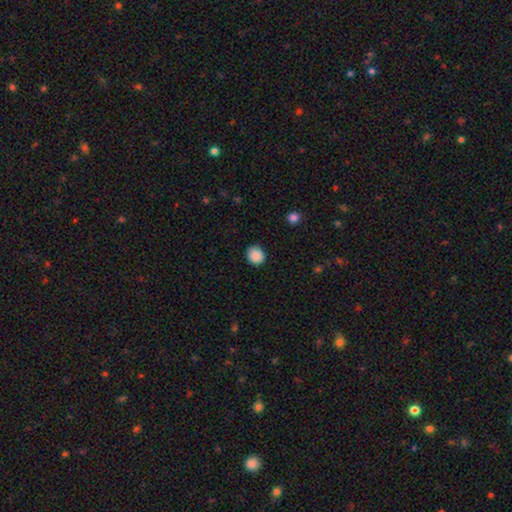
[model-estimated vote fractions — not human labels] The model was most divided on "how rounded": round: 84%, in between: 15%, cigar-shaped: 1%. More confident: smooth or featured — smooth (88%); merging — none (86%).